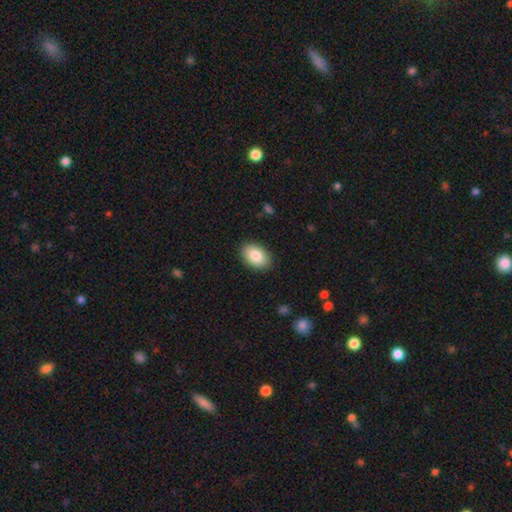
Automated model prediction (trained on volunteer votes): Smooth or featured?
  - smooth: 85% *
  - featured or disk: 8%
  - star or artifact: 6%
How rounded?
  - in between: 89% *
  - round: 10%
  - cigar-shaped: 1%
Merging?
  - none: 88% *
  - minor disturbance: 9%
  - major disturbance: 2%
  - merger: 1%